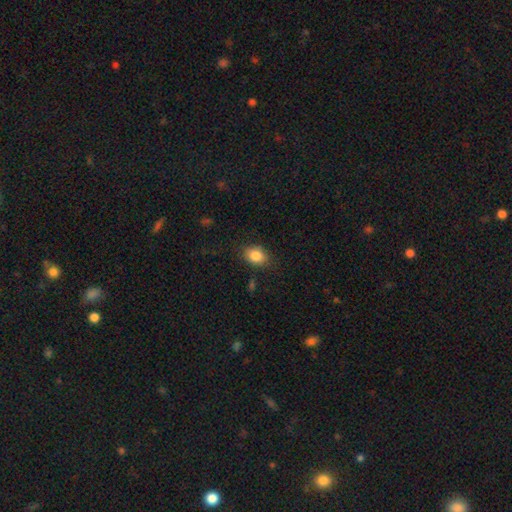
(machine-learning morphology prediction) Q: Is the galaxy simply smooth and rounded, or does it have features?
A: smooth — 85%.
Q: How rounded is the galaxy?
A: in between — 67%.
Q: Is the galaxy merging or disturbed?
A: none — 81%.